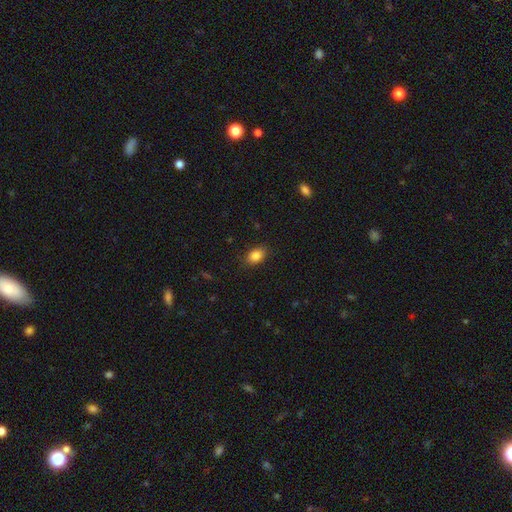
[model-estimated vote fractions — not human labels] The model was most divided on "how rounded": in between: 78%, round: 21%, cigar-shaped: 1%. More confident: merging — none (86%); smooth or featured — smooth (85%).